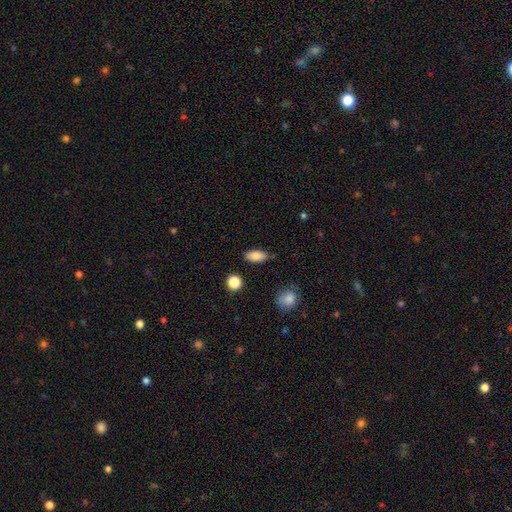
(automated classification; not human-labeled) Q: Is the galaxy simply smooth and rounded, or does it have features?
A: smooth — 83%.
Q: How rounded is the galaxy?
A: in between — 89%.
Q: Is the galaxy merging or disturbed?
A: none — 82%.